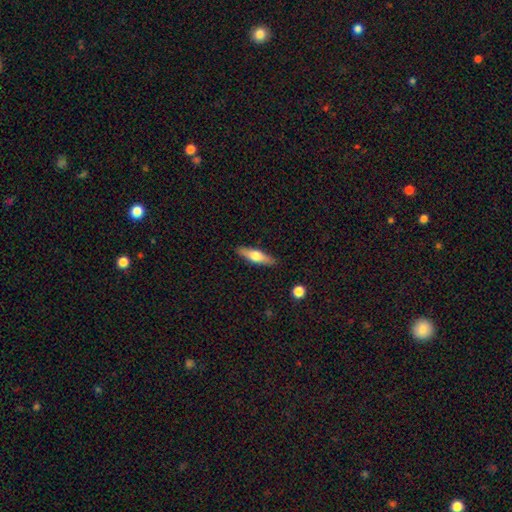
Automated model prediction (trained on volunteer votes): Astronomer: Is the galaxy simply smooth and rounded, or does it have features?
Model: smooth — 52% (runner-up: featured or disk, 42%).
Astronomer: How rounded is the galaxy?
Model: cigar-shaped — 64%.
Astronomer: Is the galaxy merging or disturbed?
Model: none — 88%.